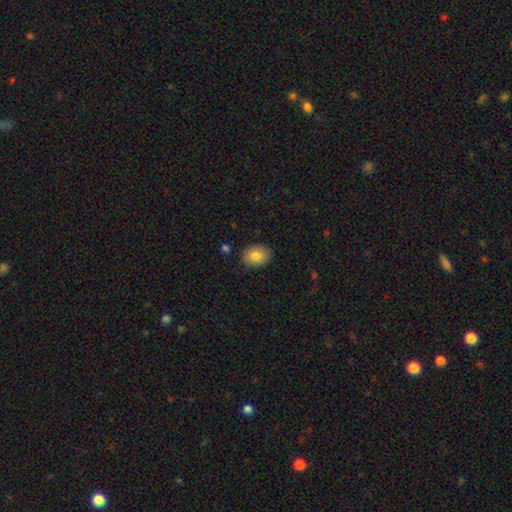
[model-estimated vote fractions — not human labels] The model was most divided on "how rounded": in between: 67%, round: 32%, cigar-shaped: 1%. More confident: merging — none (86%); smooth or featured — smooth (83%).